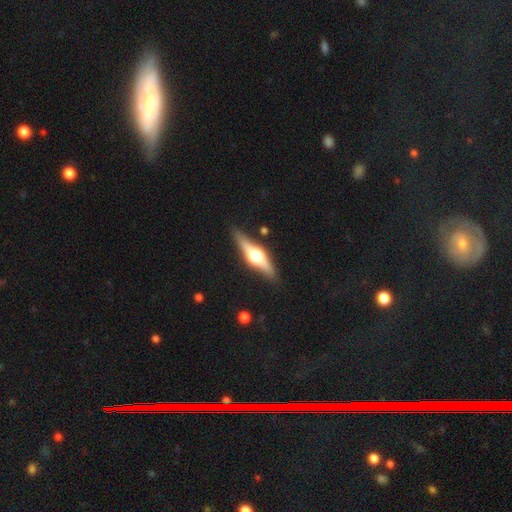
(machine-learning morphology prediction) Q: Smooth or featured?
A: featured or disk (73%); runner-up: smooth (22%)
Q: Edge-on disk?
A: yes (96%); runner-up: no (4%)
Q: Edge-on bulge?
A: rounded (93%); runner-up: boxy (5%)
Q: Merging?
A: none (87%); runner-up: minor disturbance (9%)